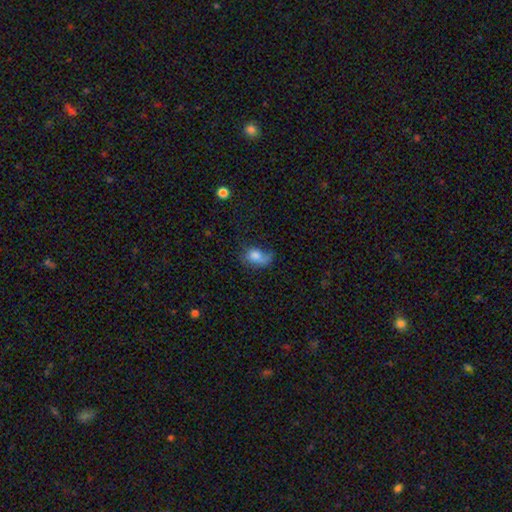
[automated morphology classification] A smooth galaxy with no disk features (69%) that is in between round and cigar-shaped (72%).

Vote fractions:
- Smooth or featured? smooth: 69% / featured or disk: 21% / star or artifact: 10%
- How rounded? in between: 72% / round: 26% / cigar-shaped: 2%
- Merging? none: 33% (tied) / major disturbance: 33% (tied) / minor disturbance: 28% / merger: 6%